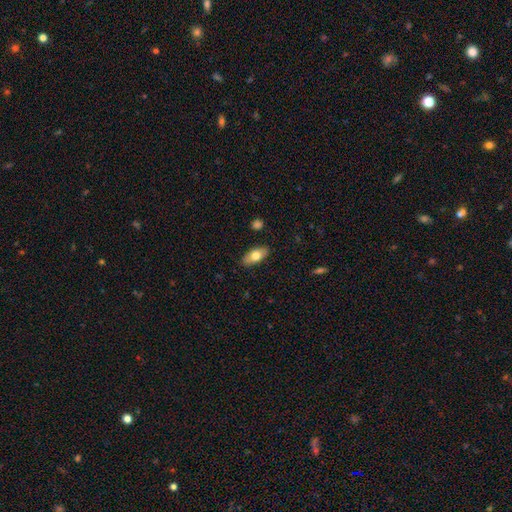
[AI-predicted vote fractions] A smooth galaxy with no disk features (72%) that is in between round and cigar-shaped (88%). Merging: none (87%).